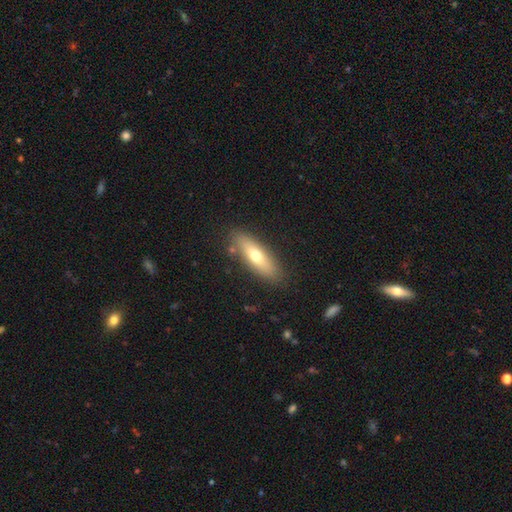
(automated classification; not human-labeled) This is likely a smooth galaxy (61%). How rounded: possibly cigar-shaped (53%). Merging: clearly none (85%).